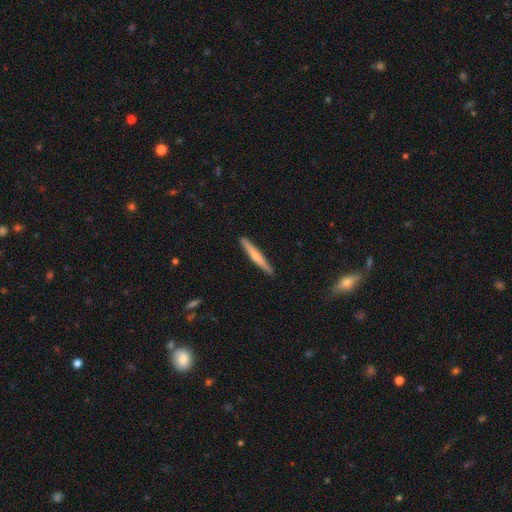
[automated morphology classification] type=smooth (50%); roundness=cigar-shaped (96%); merging=none (91%).